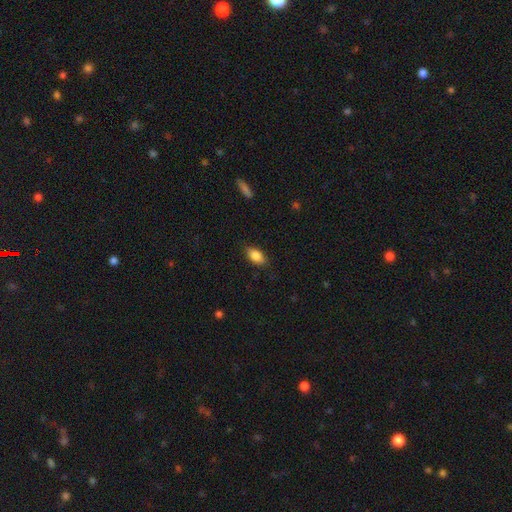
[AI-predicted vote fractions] A smooth galaxy with no disk features (85%) that is in between round and cigar-shaped (90%).

Vote fractions:
- Smooth or featured? smooth: 85% / featured or disk: 8% / star or artifact: 7%
- How rounded? in between: 90% / round: 5% / cigar-shaped: 5%
- Merging? none: 84% / minor disturbance: 13% / major disturbance: 3% / merger: 1%